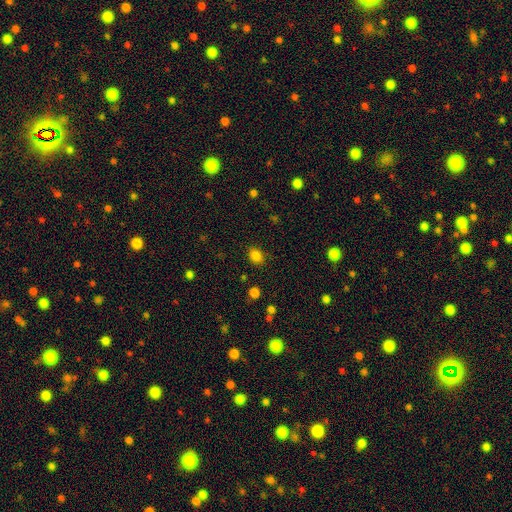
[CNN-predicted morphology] type=smooth (83%); roundness=in between (52%); merging=none (85%).